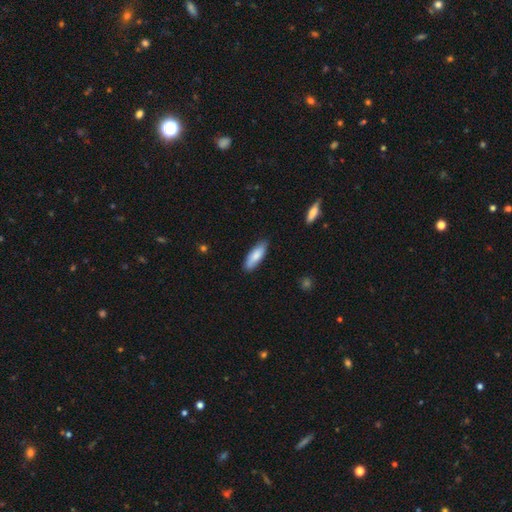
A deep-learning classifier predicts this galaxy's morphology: Smooth or featured: smooth — 81% (featured or disk — 14%)
How rounded: in between — 58% (cigar-shaped — 40%)
Merging: none — 83% (minor disturbance — 14%)